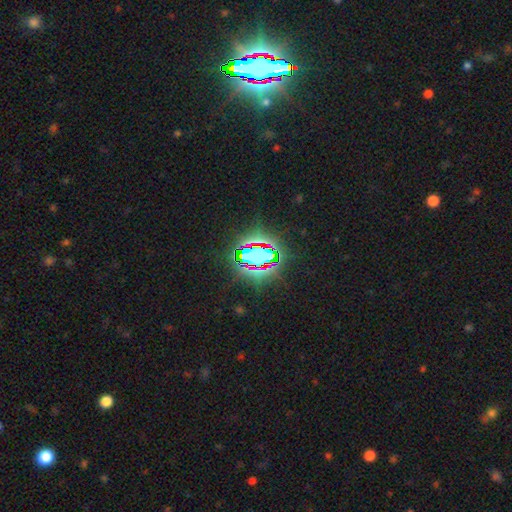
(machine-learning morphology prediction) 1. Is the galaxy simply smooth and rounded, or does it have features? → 71% star or artifact, 17% smooth, 12% featured or disk.